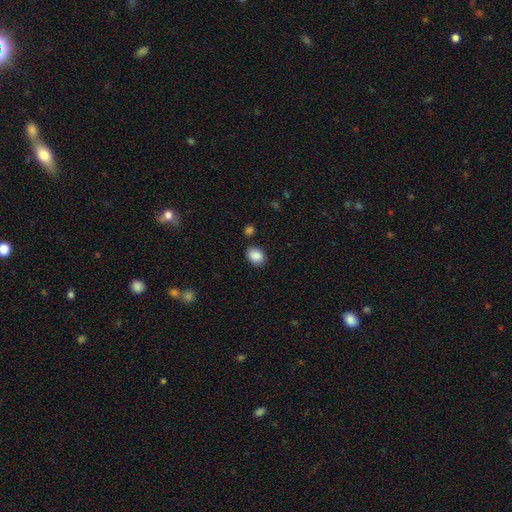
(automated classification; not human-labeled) smooth 88%, star or artifact 8%, featured or disk 4%. Down the decision tree: how rounded — in between (62%); merging — none (80%).